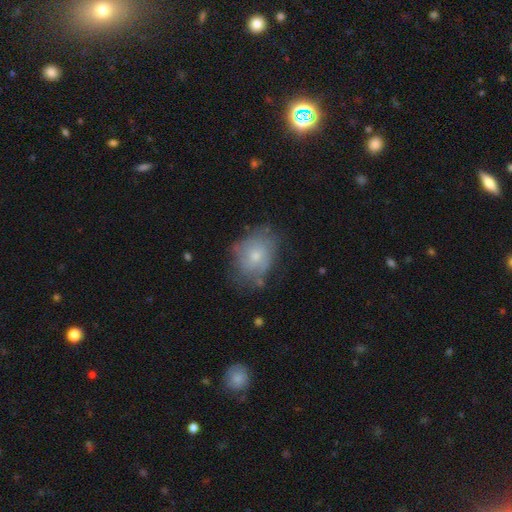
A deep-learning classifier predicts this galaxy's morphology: This is possibly a smooth galaxy (56%). How rounded: possibly in between (56%). Merging: possibly none (54%).